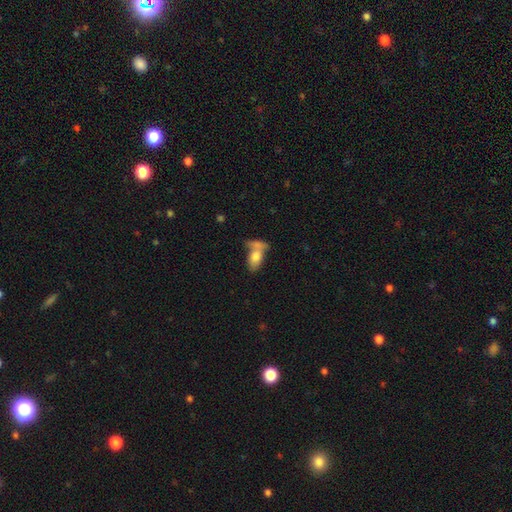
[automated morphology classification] A smooth galaxy with no disk features (75%) that is in between round and cigar-shaped (87%).

Vote fractions:
- Smooth or featured? smooth: 75% / featured or disk: 17% / star or artifact: 8%
- How rounded? in between: 87% / round: 8% / cigar-shaped: 5%
- Merging? merger: 48% / none: 30% / minor disturbance: 13% / major disturbance: 9%